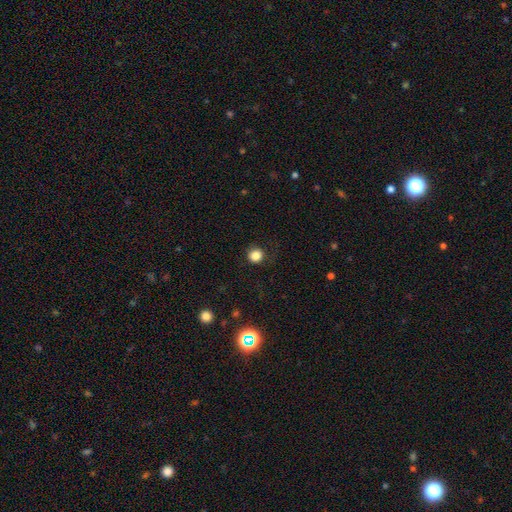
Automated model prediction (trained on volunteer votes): The model was most divided on "smooth or featured": smooth: 84%, star or artifact: 11%, featured or disk: 4%. More confident: how rounded — round (92%); merging — none (86%).